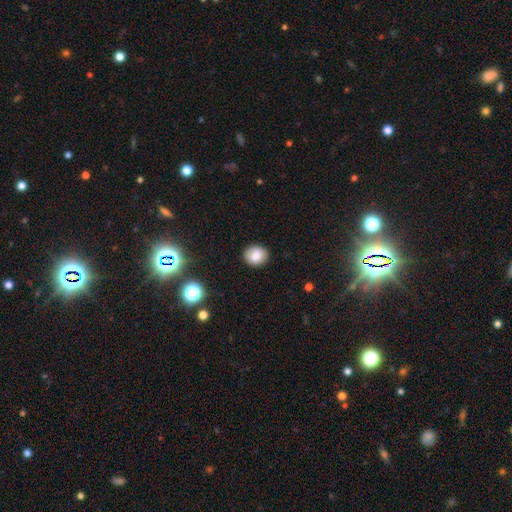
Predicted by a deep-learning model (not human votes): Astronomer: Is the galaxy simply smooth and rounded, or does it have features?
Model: smooth — 81%.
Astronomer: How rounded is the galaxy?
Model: round — 72%.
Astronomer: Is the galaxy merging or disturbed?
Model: none — 89%.